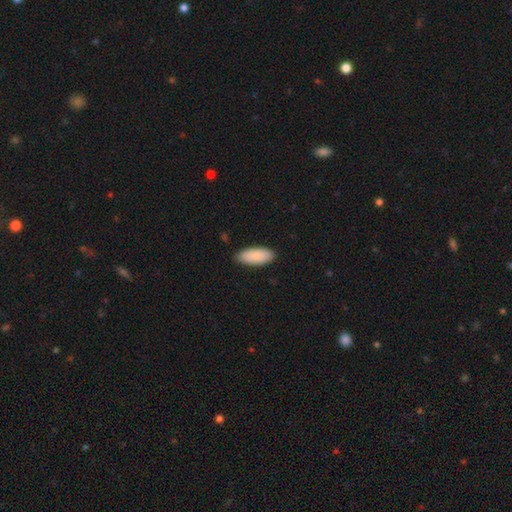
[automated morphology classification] smooth_or_featured: smooth (p=0.88) [alt: featured or disk p=0.06]
how_rounded: in between (p=0.85) [alt: cigar-shaped p=0.13]
merging: none (p=0.86) [alt: minor disturbance p=0.11]